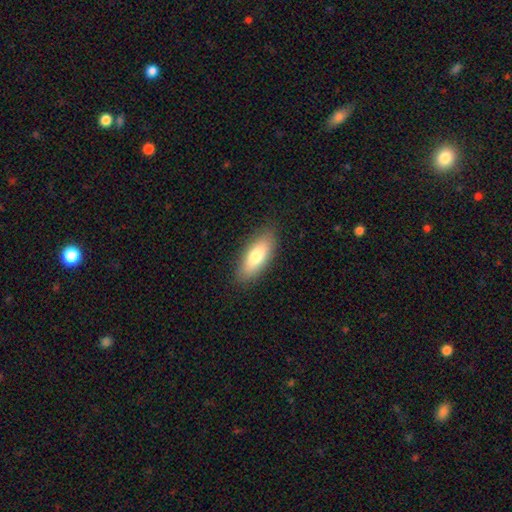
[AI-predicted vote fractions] Smooth or featured? smooth (78%)
How rounded? in between (76%)
Merging? none (86%)